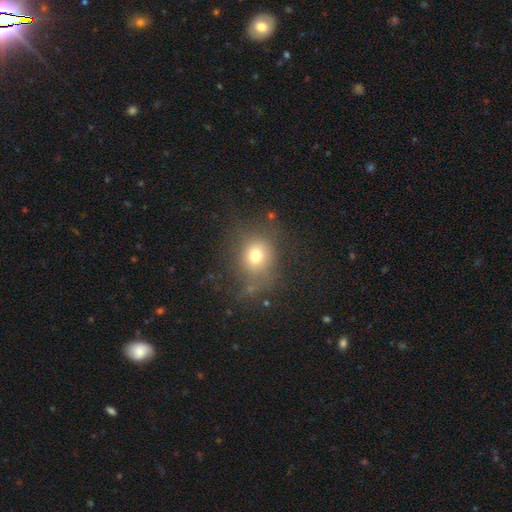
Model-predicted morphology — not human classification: Overall: smooth (72%). How rounded: round (72%). Merging: none (67%).